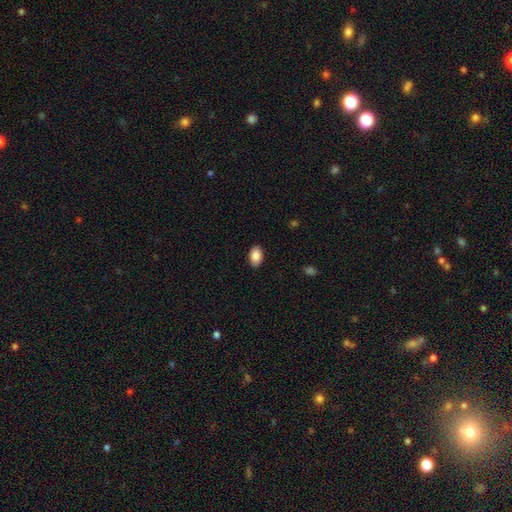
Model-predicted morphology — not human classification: Q: Smooth or featured?
A: smooth (88%); runner-up: star or artifact (7%)
Q: How rounded?
A: in between (90%); runner-up: round (9%)
Q: Merging?
A: none (89%); runner-up: minor disturbance (8%)